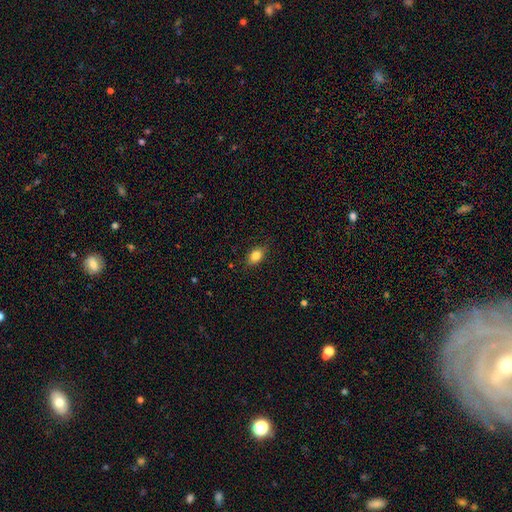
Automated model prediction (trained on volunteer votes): Smooth or featured? smooth (82%)
How rounded? in between (82%)
Merging? none (86%)